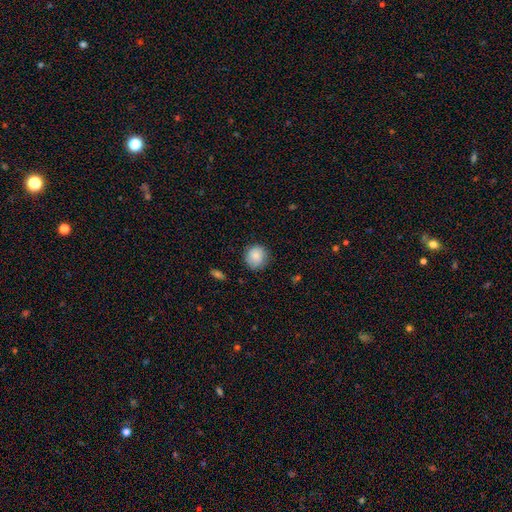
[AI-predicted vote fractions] A smooth galaxy with no disk features (83%) that is round (90%).

Vote fractions:
- Smooth or featured? smooth: 83% / featured or disk: 9% / star or artifact: 8%
- How rounded? round: 90% / in between: 9% / cigar-shaped: 1%
- Merging? none: 81% / minor disturbance: 15% / major disturbance: 3% / merger: 1%